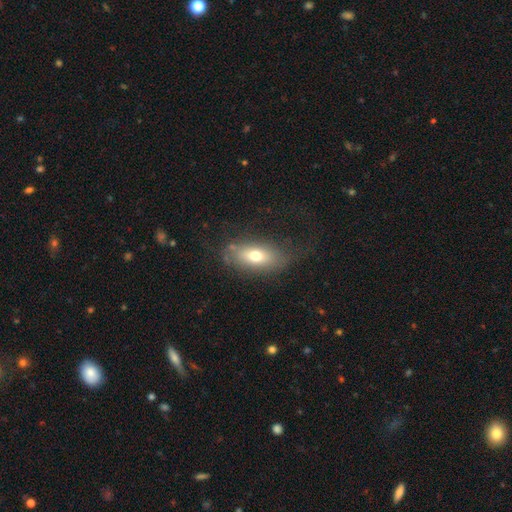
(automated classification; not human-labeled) A smooth galaxy with no disk features (67%) that is in between round and cigar-shaped (82%). Merging: none (67%).